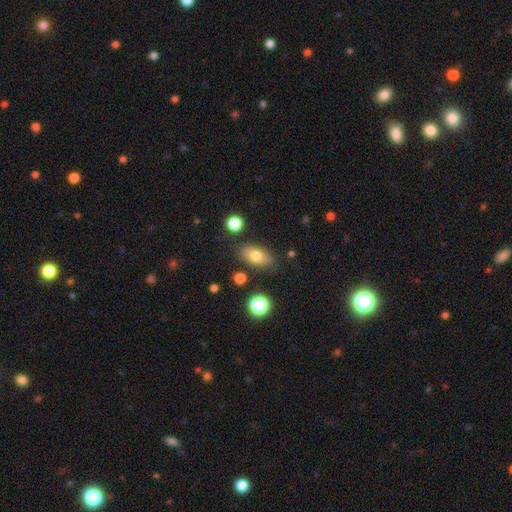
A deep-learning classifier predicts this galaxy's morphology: A smooth galaxy with no disk features (75%) that is in between round and cigar-shaped (88%).

Vote fractions:
- Smooth or featured? smooth: 75% / featured or disk: 16% / star or artifact: 9%
- How rounded? in between: 88% / round: 8% / cigar-shaped: 4%
- Merging? none: 80% / minor disturbance: 13% / merger: 4% / major disturbance: 3%